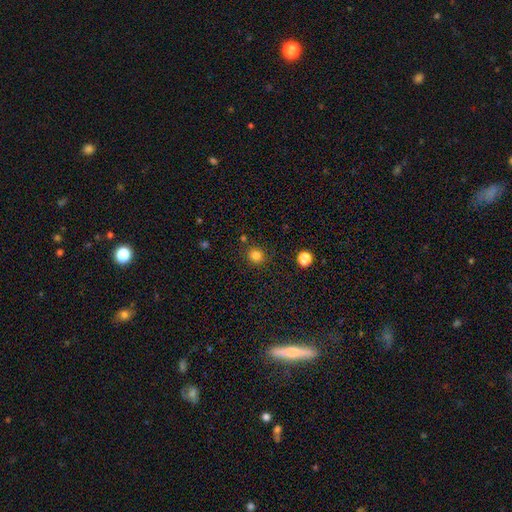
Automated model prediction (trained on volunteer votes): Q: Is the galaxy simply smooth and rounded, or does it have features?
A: smooth — 82%.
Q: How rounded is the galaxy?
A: round — 88%.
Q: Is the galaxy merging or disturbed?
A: none — 86%.